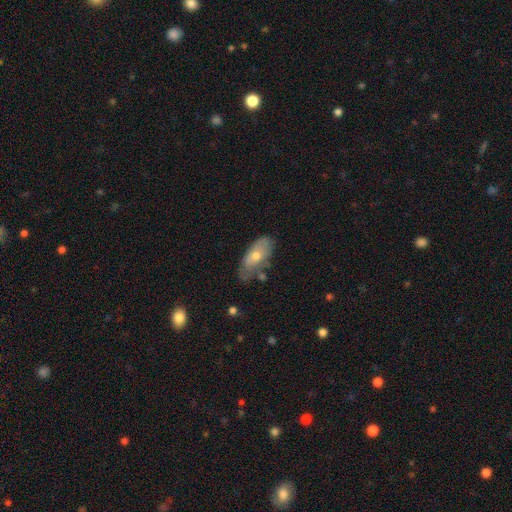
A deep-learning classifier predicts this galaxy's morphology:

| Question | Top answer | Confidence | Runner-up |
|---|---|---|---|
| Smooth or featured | smooth | 47% | featured or disk (42%) |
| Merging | none | 68% | minor disturbance (23%) |